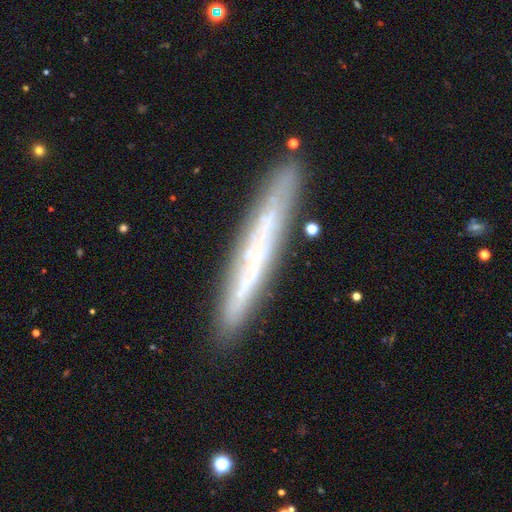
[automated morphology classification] Q: Smooth or featured?
A: featured or disk (59%); runner-up: smooth (33%)
Q: Edge-on disk?
A: yes (86%); runner-up: no (14%)
Q: Edge-on bulge?
A: none (84%); runner-up: rounded (11%)
Q: Merging?
A: none (85%); runner-up: minor disturbance (11%)